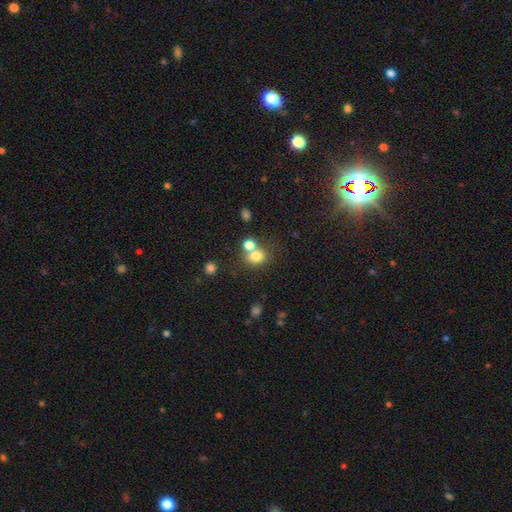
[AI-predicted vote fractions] The model was most divided on "merging": none: 47%, merger: 39%, minor disturbance: 9%, major disturbance: 5%. More confident: smooth or featured — smooth (77%); how rounded — round (62%).